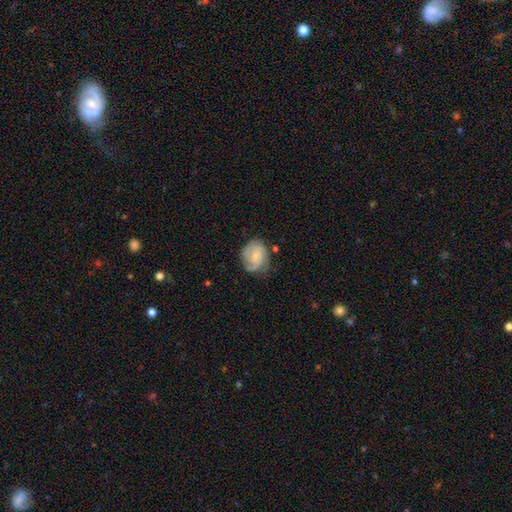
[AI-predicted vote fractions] Q: Smooth or featured?
A: featured or disk (61%); runner-up: smooth (32%)
Q: Edge-on disk?
A: no (98%); runner-up: yes (2%)
Q: Bar?
A: no (59%); runner-up: weak (35%)
Q: Spiral arms?
A: yes (89%); runner-up: no (11%)
Q: Spiral winding?
A: tight (46%); runner-up: medium (38%)
Q: Spiral arm count?
A: 2 (30%); runner-up: can't tell (28%)
Q: Bulge size?
A: small (61%); runner-up: moderate (22%)
Q: Merging?
A: none (56%); runner-up: minor disturbance (27%)